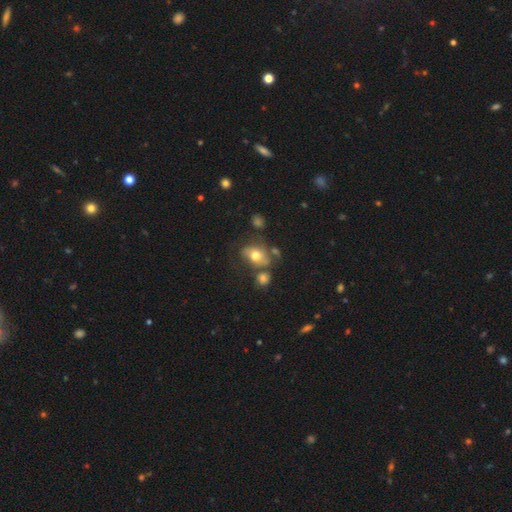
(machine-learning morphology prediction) smooth-or-featured: smooth: 63% | featured or disk: 26% | star or artifact: 11%
  how-rounded: in between: 67% | round: 31% | cigar-shaped: 1%
  merging: none: 48% | minor disturbance: 22% | merger: 16% | major disturbance: 13%